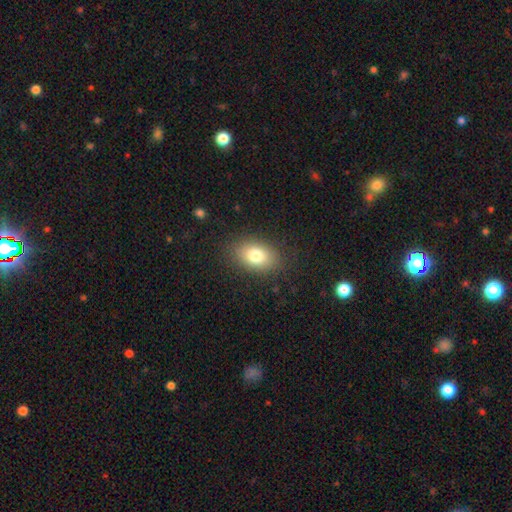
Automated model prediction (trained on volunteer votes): Smooth or featured? Predicted: smooth (p=0.79). How rounded? Predicted: in between (p=0.82). Merging? Predicted: none (p=0.85).